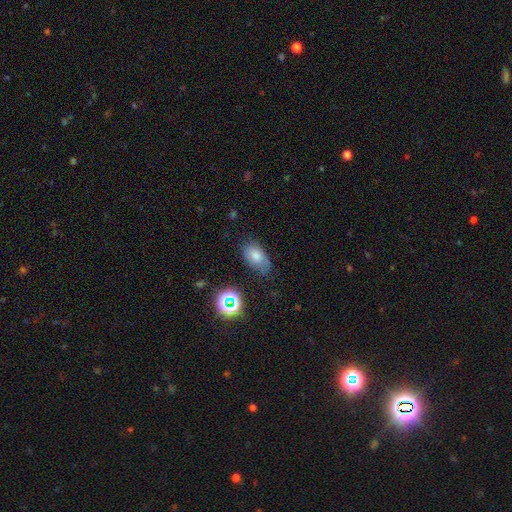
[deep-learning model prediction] A smooth galaxy with no disk features (76%) that is in between round and cigar-shaped (89%). Merging: none (65%).